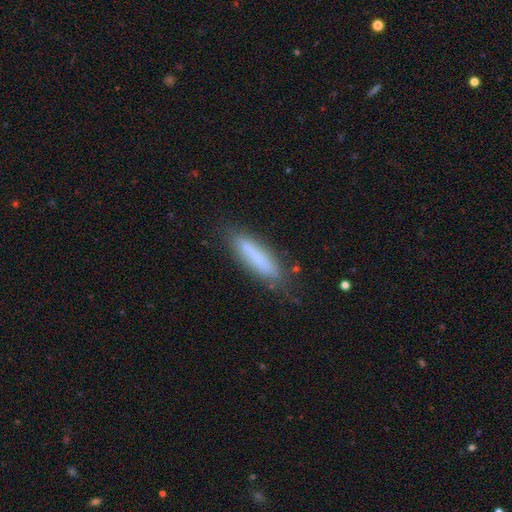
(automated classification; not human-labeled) Smooth or featured?
  - smooth: 72% *
  - featured or disk: 20%
  - star or artifact: 9%
How rounded?
  - cigar-shaped: 80% *
  - in between: 18%
  - round: 1%
Merging?
  - none: 77% *
  - minor disturbance: 17%
  - major disturbance: 4%
  - merger: 2%